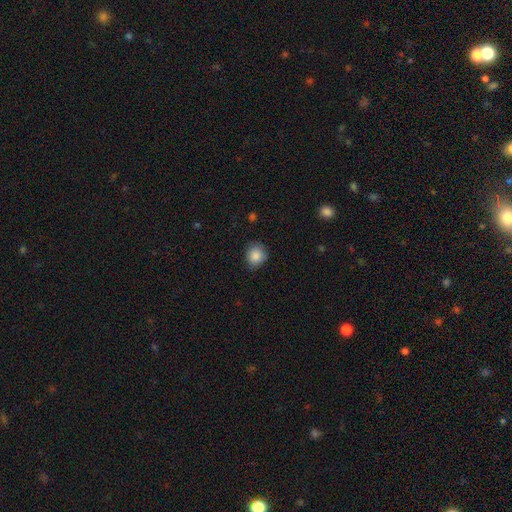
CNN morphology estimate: type=smooth (86%); roundness=round (81%); merging=none (77%).